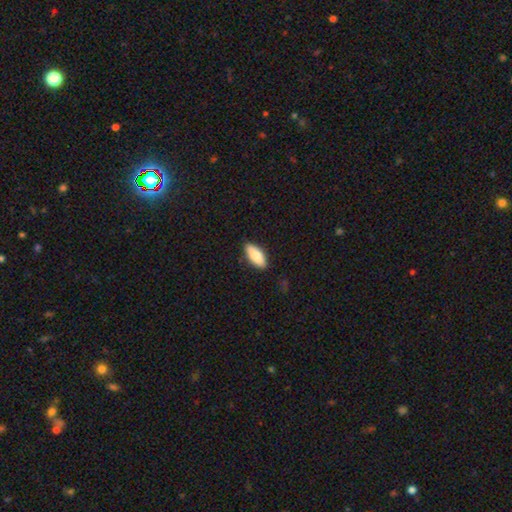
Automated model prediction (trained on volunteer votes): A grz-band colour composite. It shows a smooth galaxy with no disk features (81%) that is in between round and cigar-shaped (85%). Merging: none (86%).